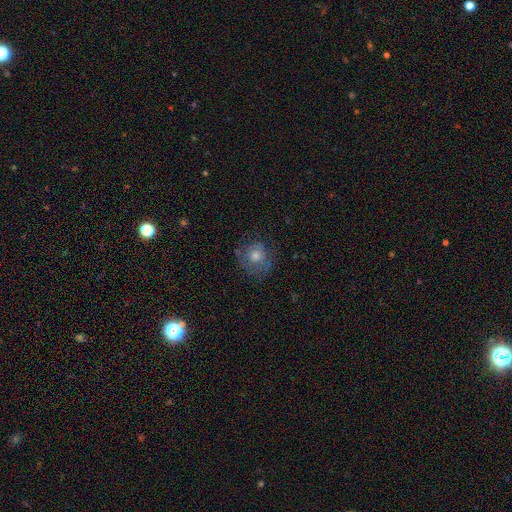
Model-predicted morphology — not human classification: A smooth galaxy with no disk features (46%). Merging: none (72%).